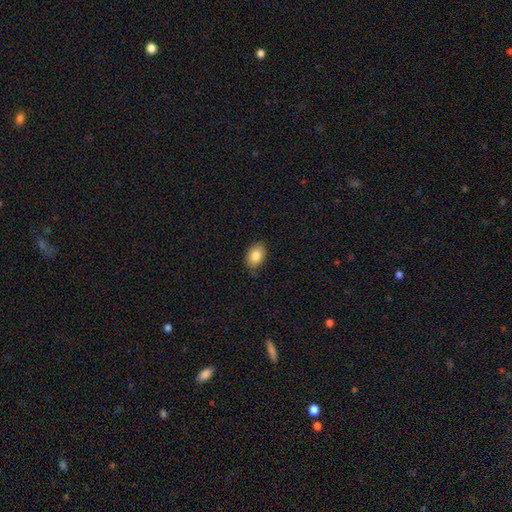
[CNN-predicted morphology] A smooth galaxy with no disk features (83%) that is in between round and cigar-shaped (80%). Merging: none (81%).